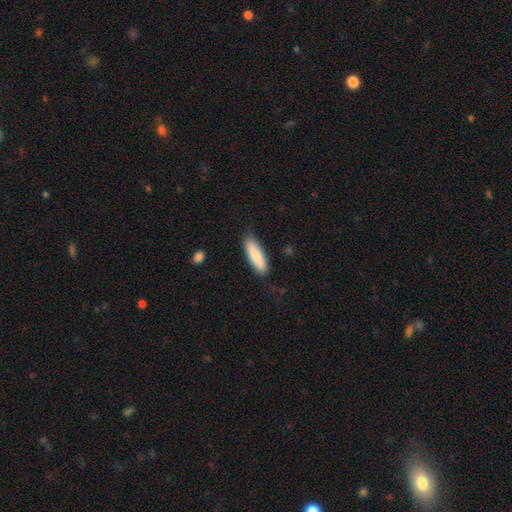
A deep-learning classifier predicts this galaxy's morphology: smooth_or_featured: smooth (p=0.81) [alt: featured or disk p=0.13]
how_rounded: cigar-shaped (p=0.57) [alt: in between p=0.41]
merging: none (p=0.84) [alt: minor disturbance p=0.12]